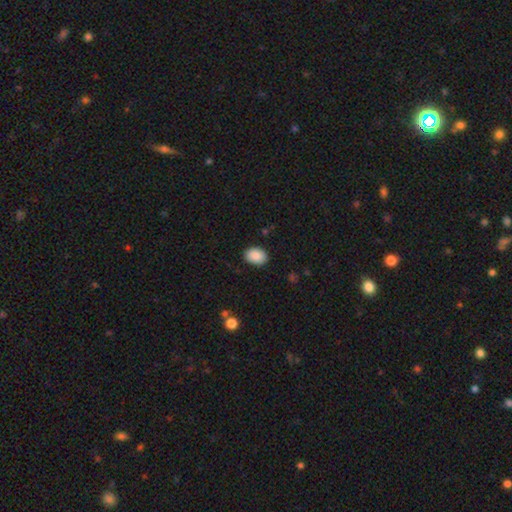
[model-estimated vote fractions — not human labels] smooth 90%, star or artifact 7%, featured or disk 3%. Down the decision tree: how rounded — in between (81%); merging — none (88%).